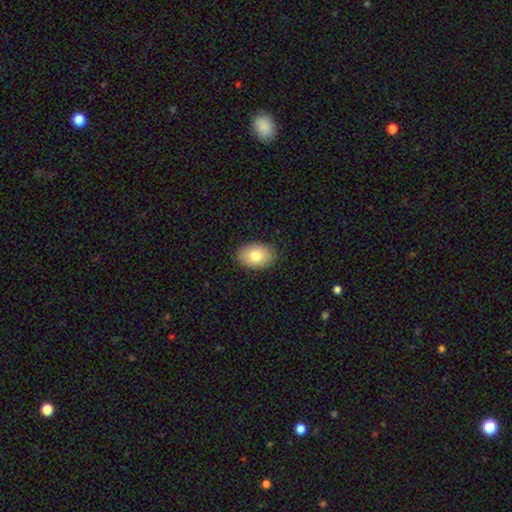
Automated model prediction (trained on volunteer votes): Smooth or featured? smooth (81%)
How rounded? in between (85%)
Merging? none (88%)